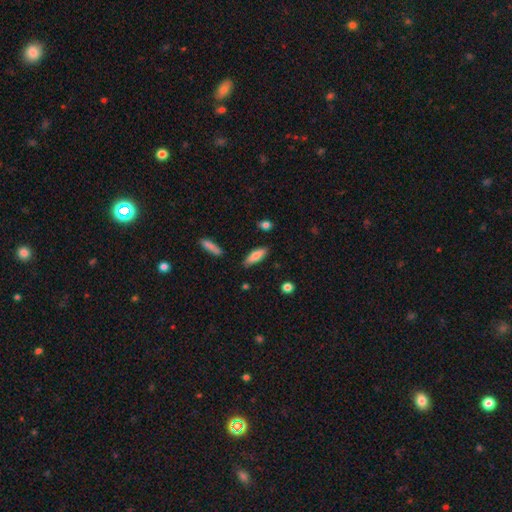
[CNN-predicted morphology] smooth-or-featured: smooth: 79% | featured or disk: 15% | star or artifact: 6%
  how-rounded: in between: 55% | cigar-shaped: 43% | round: 2%
  merging: none: 83% | minor disturbance: 12% | merger: 3% | major disturbance: 2%